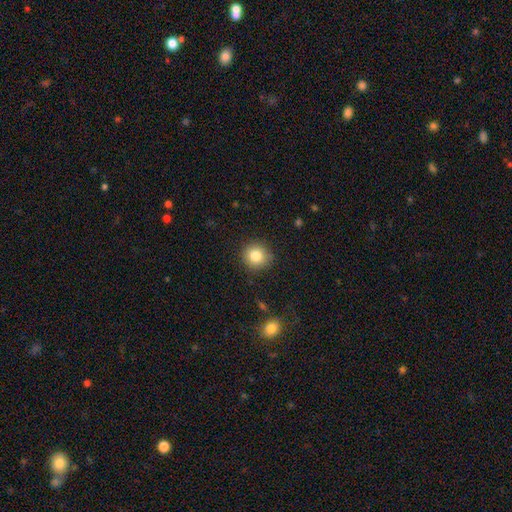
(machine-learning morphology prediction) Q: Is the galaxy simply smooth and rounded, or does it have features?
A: smooth — 83%.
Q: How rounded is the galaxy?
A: round — 92%.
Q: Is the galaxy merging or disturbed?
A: none — 88%.